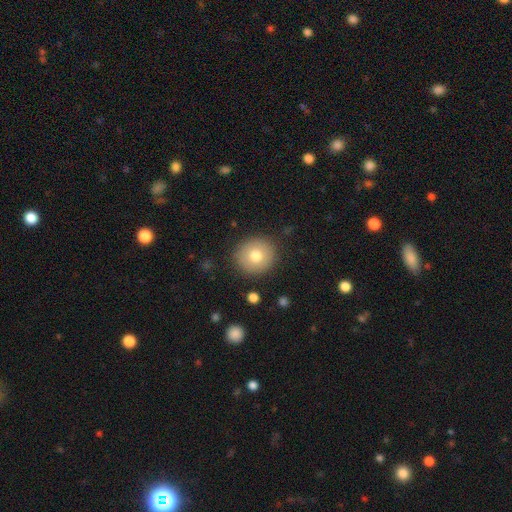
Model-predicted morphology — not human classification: This appears to be a smooth galaxy with no disk features (75%) that is round (89%). Merging: none (89%).